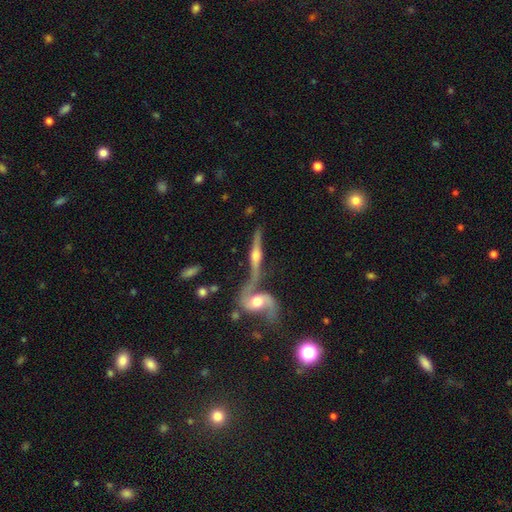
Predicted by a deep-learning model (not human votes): Smooth or featured?
  - featured or disk: 83% *
  - smooth: 11%
  - star or artifact: 6%
Edge-on disk?
  - yes: 86% *
  - no: 14%
Edge-on bulge?
  - rounded: 92% *
  - boxy: 4%
  - none: 4%
Merging?
  - none: 44% *
  - merger: 38%
  - minor disturbance: 12%
  - major disturbance: 7%